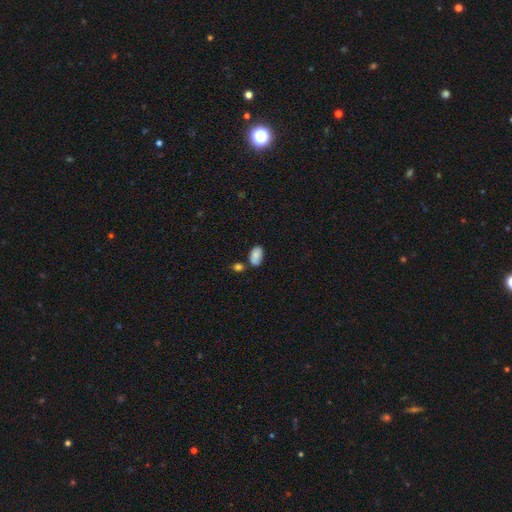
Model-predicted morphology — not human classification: The model was most divided on "merging": none: 59%, minor disturbance: 20%, merger: 16%, major disturbance: 5%. More confident: how rounded — in between (93%); smooth or featured — smooth (83%).